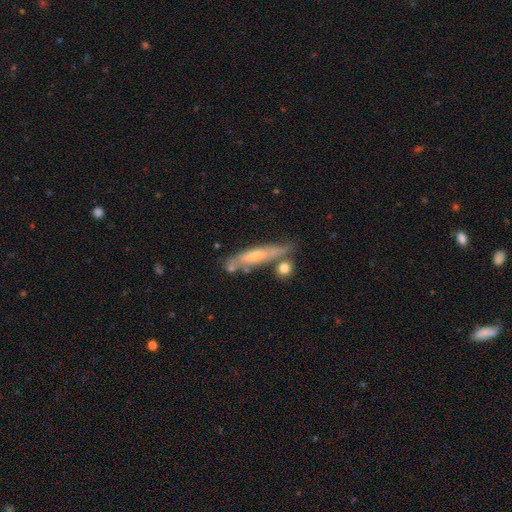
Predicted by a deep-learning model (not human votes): This is possibly a featured or disk galaxy (54%). It is likely viewed edge-on (74%). Merging: likely none (62%).